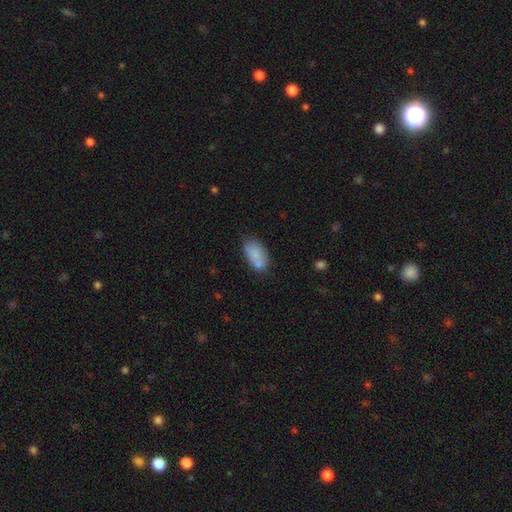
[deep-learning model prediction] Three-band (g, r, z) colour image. It shows a smooth galaxy with no disk features (78%) that is in between round and cigar-shaped (92%). Merging: none (53%).